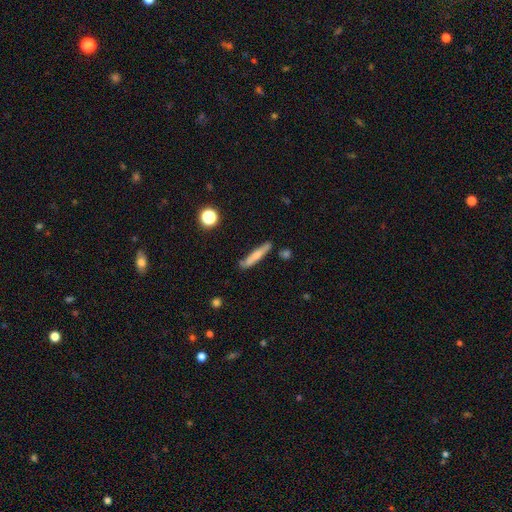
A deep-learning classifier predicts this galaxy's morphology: Smooth or featured? Predicted: smooth (p=0.62). How rounded? Predicted: cigar-shaped (p=0.89). Merging? Predicted: none (p=0.75).